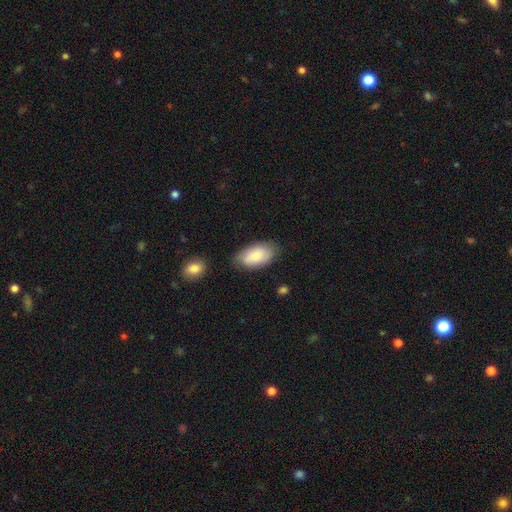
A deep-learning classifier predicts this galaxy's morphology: A smooth galaxy with no disk features (79%) that is in between round and cigar-shaped (94%).

Vote fractions:
- Smooth or featured? smooth: 79% / featured or disk: 15% / star or artifact: 6%
- How rounded? in between: 94% / round: 3% / cigar-shaped: 2%
- Merging? none: 74% / minor disturbance: 19% / major disturbance: 4% / merger: 3%